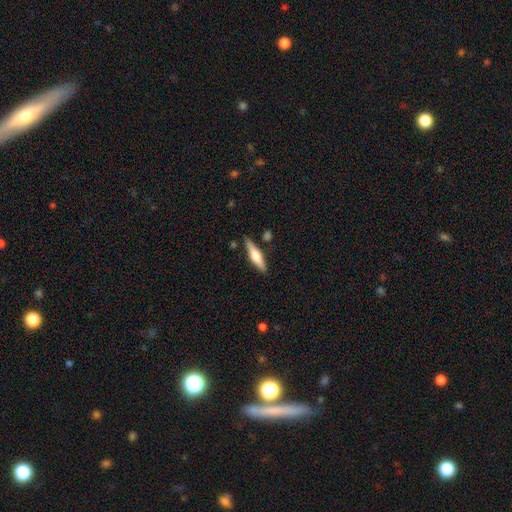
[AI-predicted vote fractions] This is possibly a featured or disk galaxy (51%). It is clearly viewed edge-on (95%). Merging: clearly none (84%).